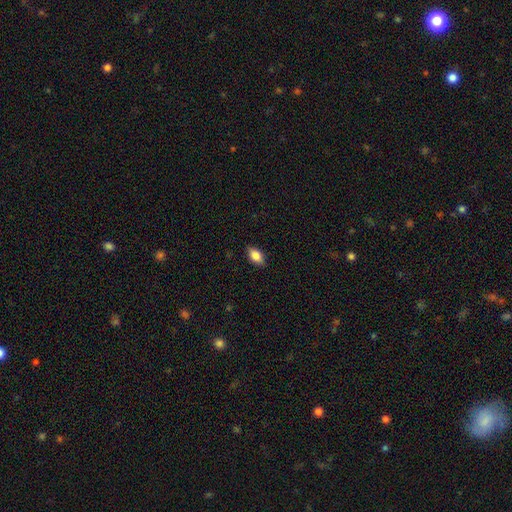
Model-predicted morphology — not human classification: type=smooth (83%); roundness=in between (89%); merging=none (86%).